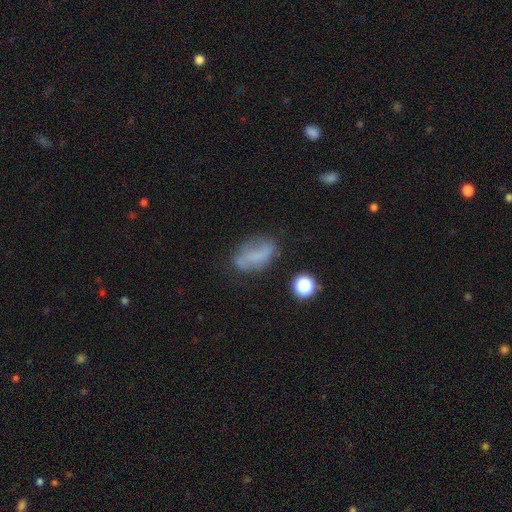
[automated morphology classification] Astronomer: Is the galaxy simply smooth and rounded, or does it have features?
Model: smooth — 50% (runner-up: featured or disk, 37%).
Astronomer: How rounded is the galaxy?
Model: in between — 84%.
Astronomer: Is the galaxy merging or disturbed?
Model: none — 61%.